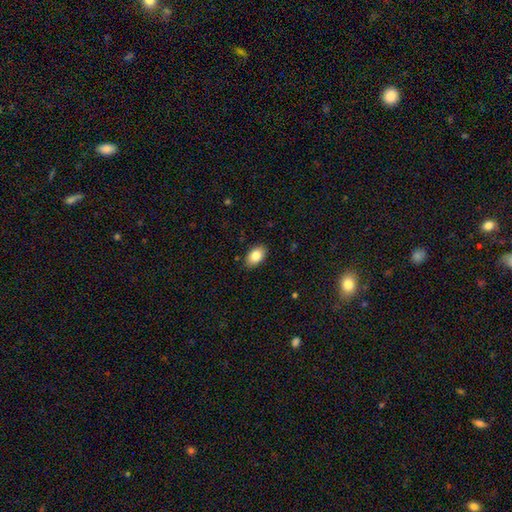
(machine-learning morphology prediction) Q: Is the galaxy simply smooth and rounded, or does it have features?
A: smooth — 84%.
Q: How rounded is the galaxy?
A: in between — 90%.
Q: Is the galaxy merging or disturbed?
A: none — 86%.